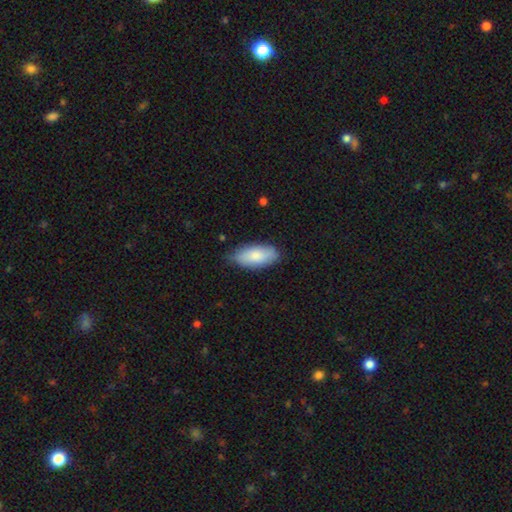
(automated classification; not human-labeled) smooth 82%, featured or disk 12%, star or artifact 6%. Down the decision tree: how rounded — in between (90%); merging — none (72%).